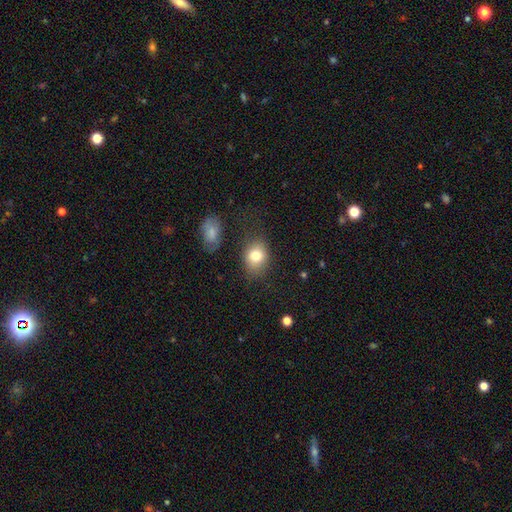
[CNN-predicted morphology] Q: Smooth or featured?
A: smooth (80%); runner-up: featured or disk (11%)
Q: How rounded?
A: in between (56%); runner-up: round (43%)
Q: Merging?
A: none (71%); runner-up: minor disturbance (18%)